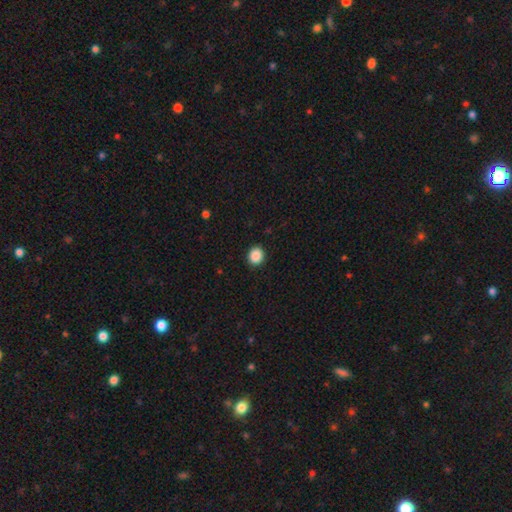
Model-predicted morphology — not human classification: A smooth galaxy with no disk features (89%) that is round (71%). Merging: none (91%).